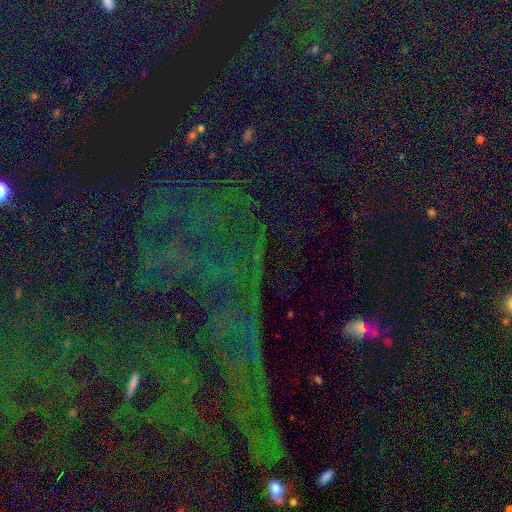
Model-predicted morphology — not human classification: The model was most divided on "smooth or featured": star or artifact: 78%, smooth: 11%, featured or disk: 11%.